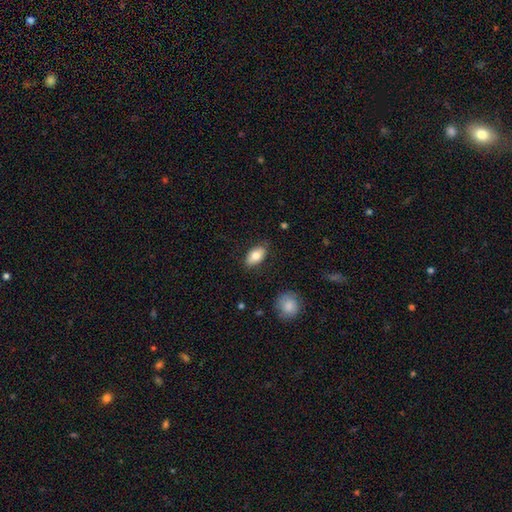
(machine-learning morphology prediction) Smooth or featured: smooth — 78% (featured or disk — 15%)
How rounded: in between — 91% (round — 5%)
Merging: none — 83% (minor disturbance — 13%)